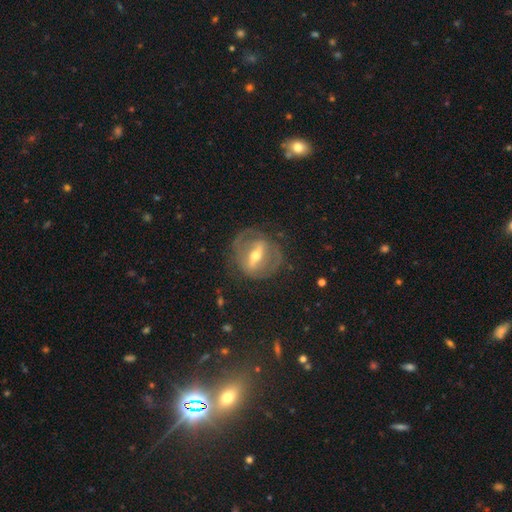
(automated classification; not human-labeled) The model was most divided on "spiral arms": yes: 54%, no: 46%. More confident: edge-on disk — no (82%); smooth or featured — featured or disk (76%); merging — none (73%); bar — strong (67%); bulge size — moderate (64%).